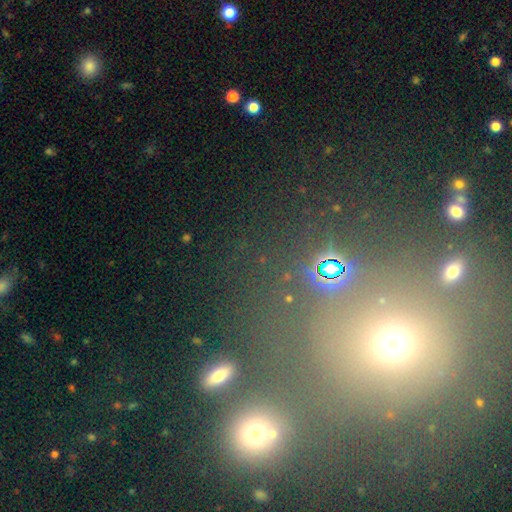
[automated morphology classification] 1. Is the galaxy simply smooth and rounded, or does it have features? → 52% star or artifact, 36% smooth, 12% featured or disk.